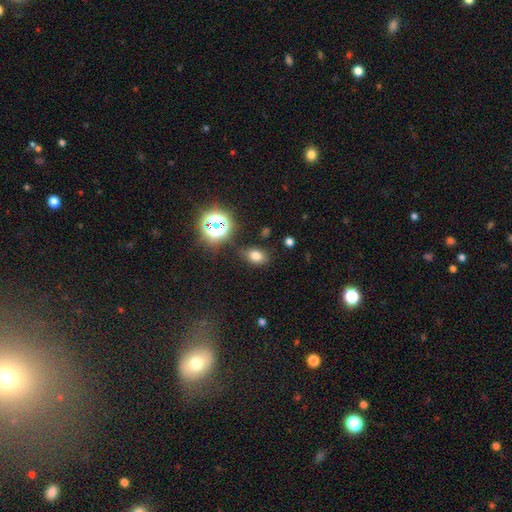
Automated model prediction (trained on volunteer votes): Smooth or featured? smooth (72%)
How rounded? in between (74%)
Merging? none (81%)